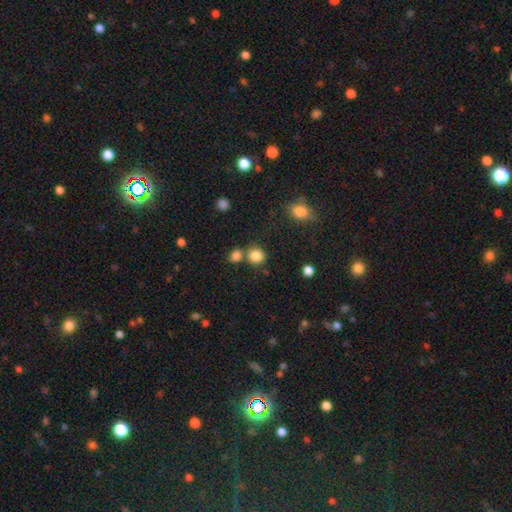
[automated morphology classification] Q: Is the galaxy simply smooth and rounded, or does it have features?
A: smooth — 83%.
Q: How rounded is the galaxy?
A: round — 84%.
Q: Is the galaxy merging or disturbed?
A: none — 62%.